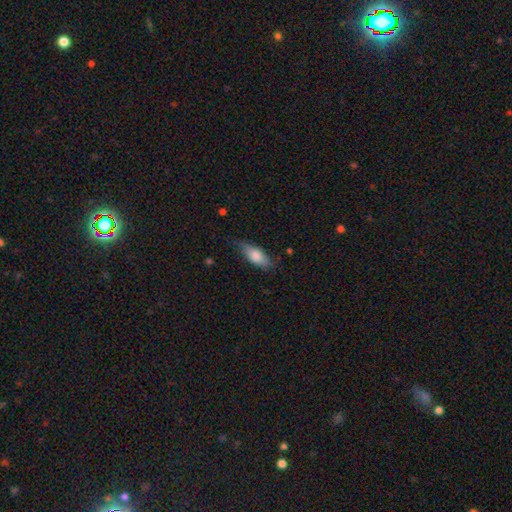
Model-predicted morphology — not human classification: Smooth or featured: smooth — 74% (featured or disk — 19%)
How rounded: in between — 77% (cigar-shaped — 20%)
Merging: none — 63% (minor disturbance — 29%)